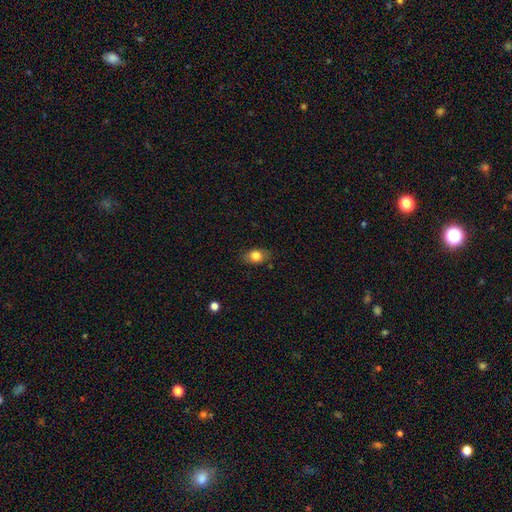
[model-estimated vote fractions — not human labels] This is clearly a smooth galaxy (81%). How rounded: likely in between (73%). Merging: clearly none (80%).